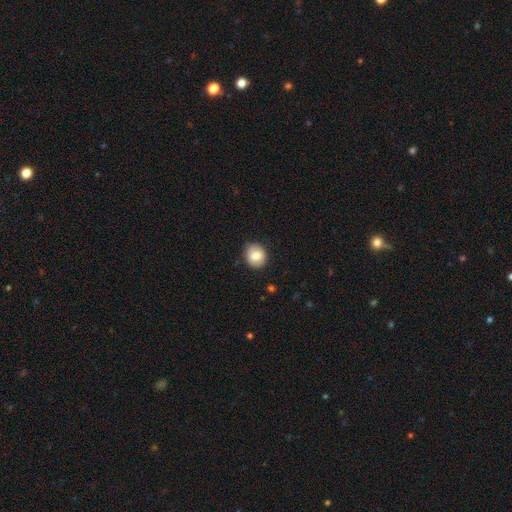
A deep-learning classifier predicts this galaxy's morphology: The model was most divided on "how rounded": round: 75%, in between: 24%, cigar-shaped: 1%. More confident: merging — none (85%); smooth or featured — smooth (82%).